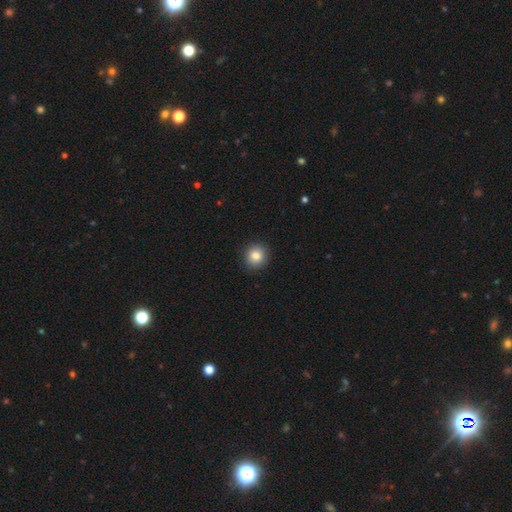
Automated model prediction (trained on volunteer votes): smooth-or-featured: smooth: 84% | star or artifact: 10% | featured or disk: 6%
  how-rounded: round: 88% | in between: 11% | cigar-shaped: 1%
  merging: none: 91% | minor disturbance: 6% | major disturbance: 2% | merger: 1%